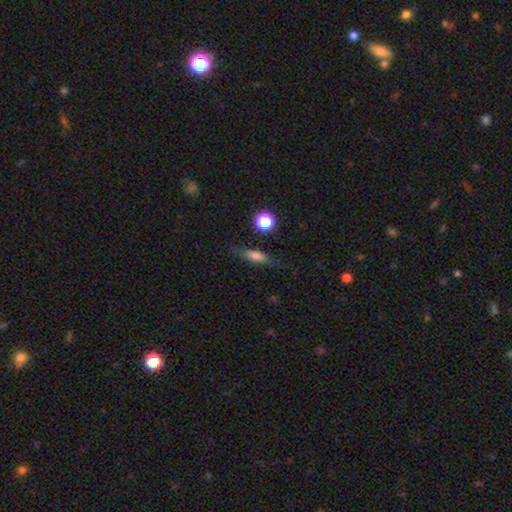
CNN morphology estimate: Smooth or featured? smooth (69%)
How rounded? cigar-shaped (54%)
Merging? none (78%)